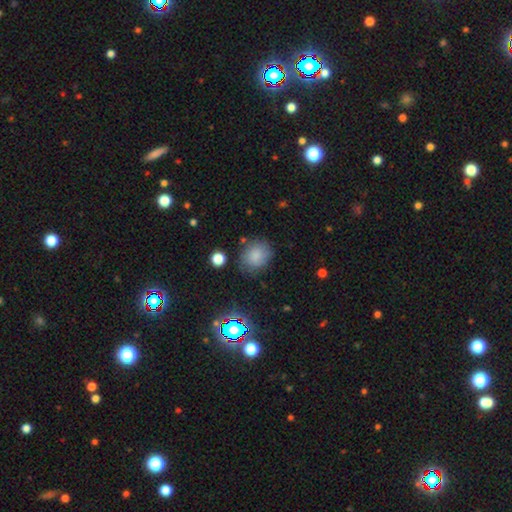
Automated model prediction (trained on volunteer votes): This is likely a smooth galaxy (79%). How rounded: likely round (66%). Merging: likely none (74%).